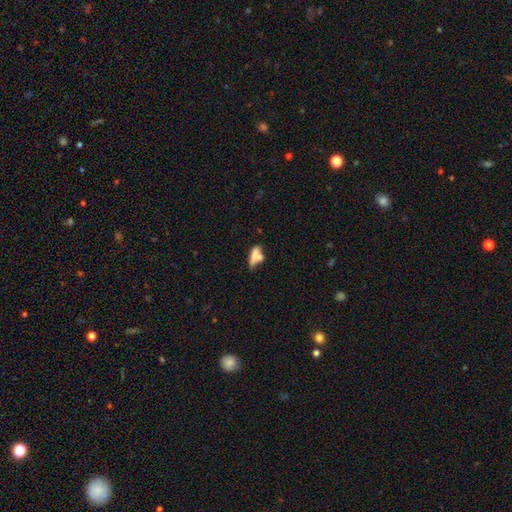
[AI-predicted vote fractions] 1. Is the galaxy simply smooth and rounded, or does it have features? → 63% smooth, 27% featured or disk, 10% star or artifact.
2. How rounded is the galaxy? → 63% in between, 32% cigar-shaped, 5% round.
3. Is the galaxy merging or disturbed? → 36% merger, 34% none, 19% minor disturbance, 12% major disturbance.